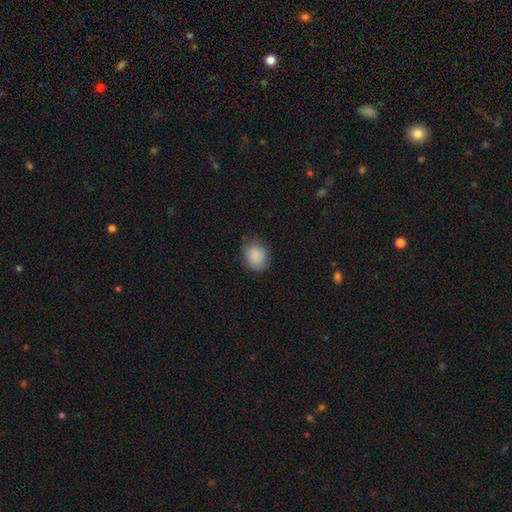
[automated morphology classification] Smooth or featured? Predicted: smooth (p=0.86). How rounded? Predicted: round (p=0.56). Merging? Predicted: none (p=0.76).